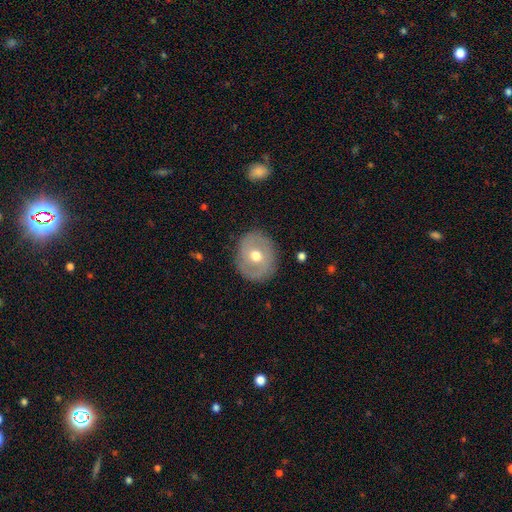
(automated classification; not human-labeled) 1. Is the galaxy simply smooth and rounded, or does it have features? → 47% smooth, 46% featured or disk, 7% star or artifact.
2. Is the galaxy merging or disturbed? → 83% none, 12% minor disturbance, 4% major disturbance, 1% merger.